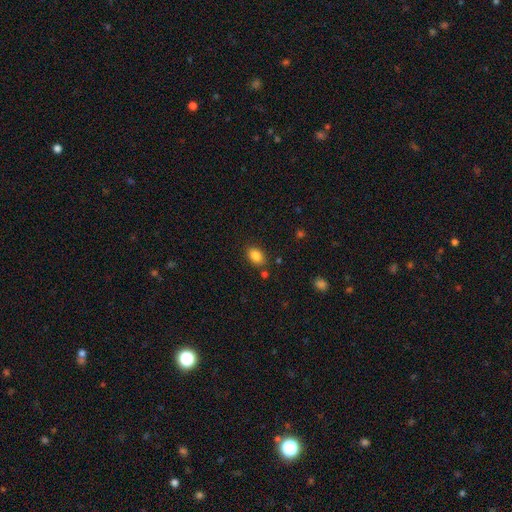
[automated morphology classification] Smooth or featured?
  - smooth: 86% *
  - star or artifact: 9%
  - featured or disk: 5%
How rounded?
  - in between: 82% *
  - round: 16%
  - cigar-shaped: 1%
Merging?
  - none: 82% *
  - minor disturbance: 11%
  - merger: 4%
  - major disturbance: 3%